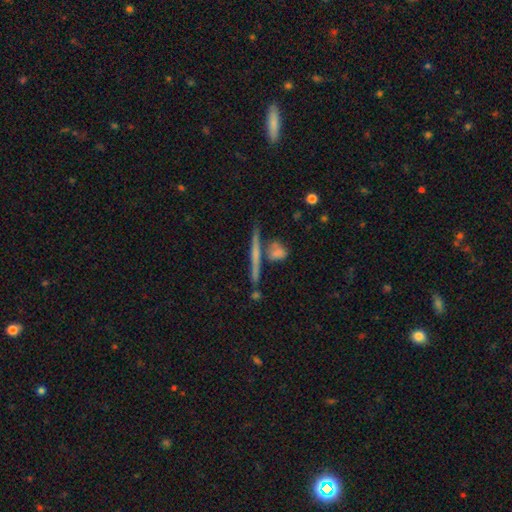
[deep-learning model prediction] Smooth or featured: featured or disk — 56% (smooth — 34%)
Edge-on disk: yes — 95% (no — 5%)
Edge-on bulge: none — 70% (rounded — 21%)
Merging: none — 76% (merger — 13%)